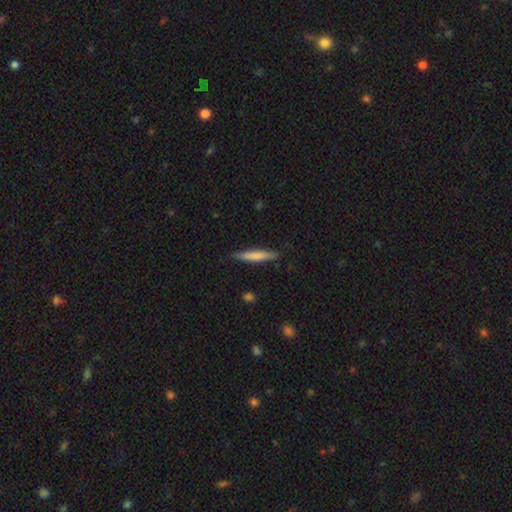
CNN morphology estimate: A smooth galaxy with no disk features (71%) that is cigar-shaped (92%). Merging: none (87%).